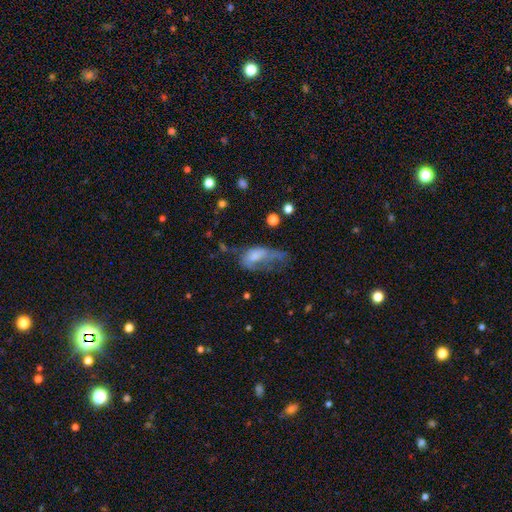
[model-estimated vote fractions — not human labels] Smooth or featured? smooth (53%)
How rounded? in between (86%)
Merging? major disturbance (55%)